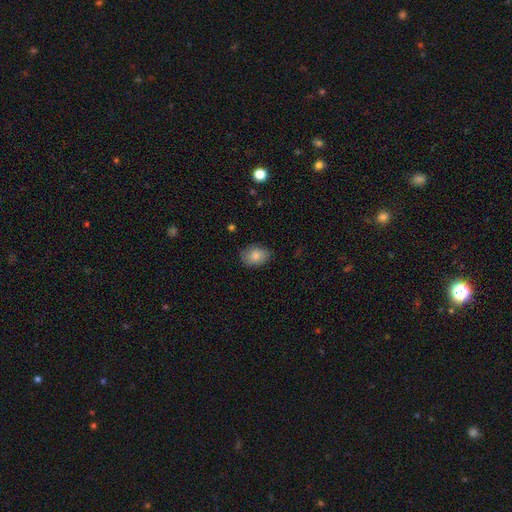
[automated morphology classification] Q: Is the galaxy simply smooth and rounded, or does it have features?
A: smooth — 83%.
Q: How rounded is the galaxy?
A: in between — 74%.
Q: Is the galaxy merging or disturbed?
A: none — 79%.